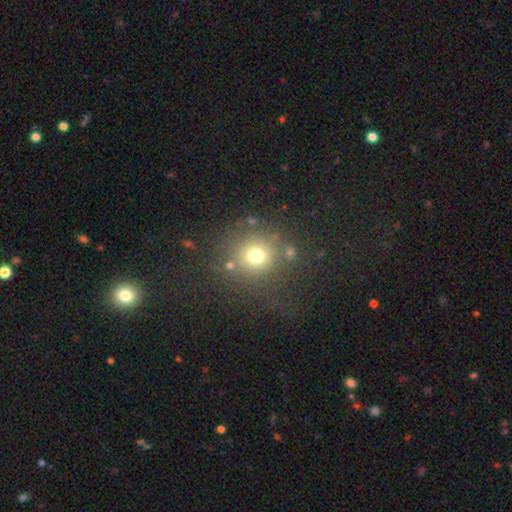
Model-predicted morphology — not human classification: Q: Smooth or featured?
A: smooth (71%); runner-up: star or artifact (19%)
Q: How rounded?
A: round (88%); runner-up: in between (11%)
Q: Merging?
A: none (77%); runner-up: minor disturbance (11%)